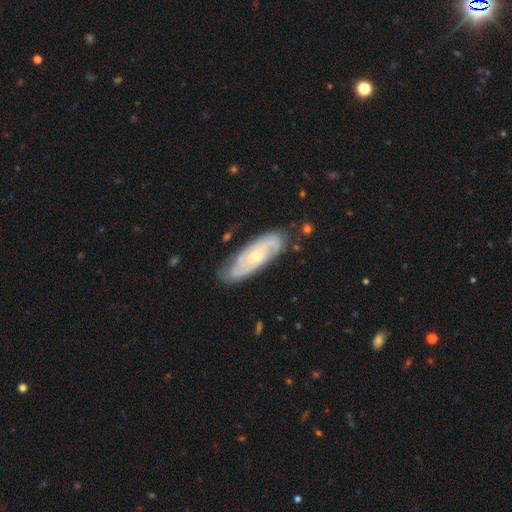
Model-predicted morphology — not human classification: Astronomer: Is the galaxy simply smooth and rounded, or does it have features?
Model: featured or disk — 75%.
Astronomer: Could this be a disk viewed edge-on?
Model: no — 85%.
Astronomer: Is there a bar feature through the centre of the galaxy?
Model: no — 75%.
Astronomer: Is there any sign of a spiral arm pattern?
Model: yes — 87%.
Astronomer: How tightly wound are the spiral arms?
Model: tight — 57%.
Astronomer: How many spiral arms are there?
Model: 2 — 46% (runner-up: can't tell, 36%).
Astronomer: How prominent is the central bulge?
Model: small — 65%.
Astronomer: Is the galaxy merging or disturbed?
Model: none — 76%.